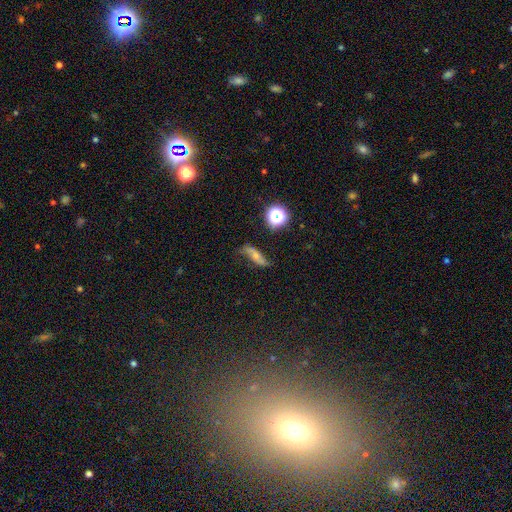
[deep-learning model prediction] Morphology: type=featured or disk (55%); edge-on=no (80%); merging=none (64%).